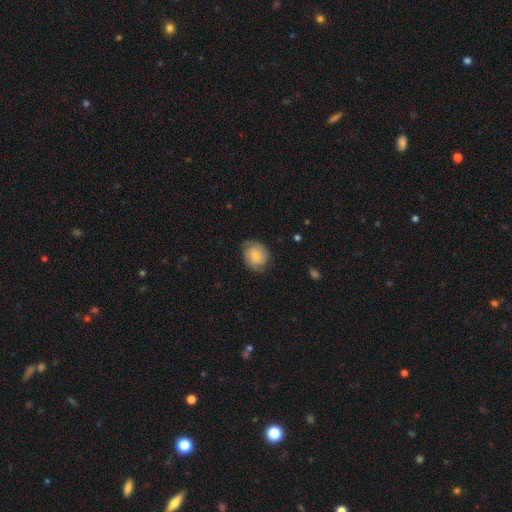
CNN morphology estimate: This is possibly a smooth galaxy (48%). Merging: likely none (68%).